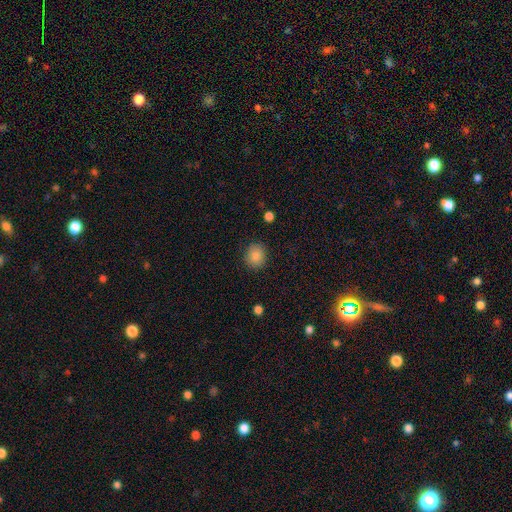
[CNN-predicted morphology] This is clearly a smooth galaxy (85%). How rounded: likely round (77%). Merging: clearly none (88%).